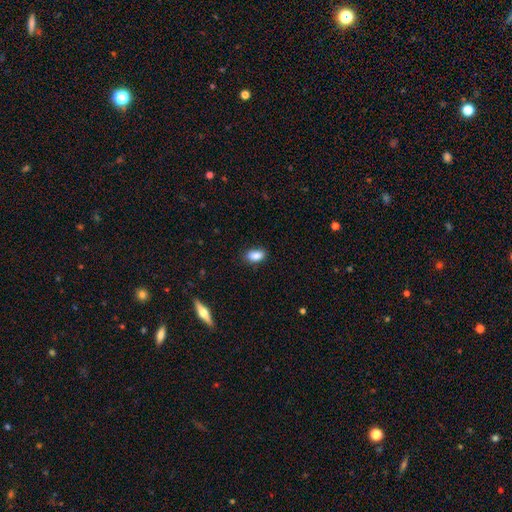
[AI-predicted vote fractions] smooth-or-featured: smooth: 87% | star or artifact: 8% | featured or disk: 5%
  how-rounded: in between: 89% | round: 7% | cigar-shaped: 4%
  merging: none: 84% | minor disturbance: 12% | major disturbance: 2% | merger: 1%